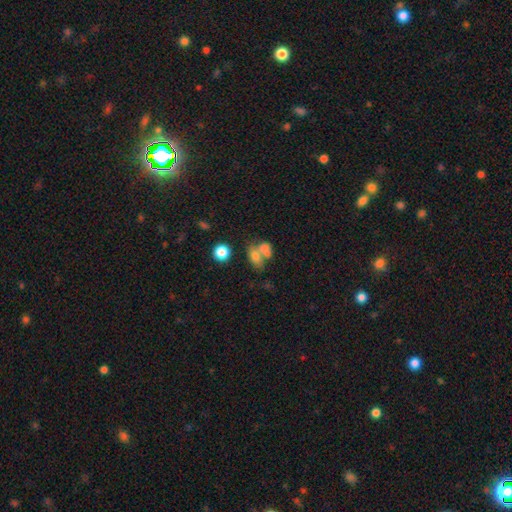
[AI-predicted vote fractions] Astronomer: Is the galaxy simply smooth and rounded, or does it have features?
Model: smooth — 66%.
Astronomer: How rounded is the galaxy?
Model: in between — 66%.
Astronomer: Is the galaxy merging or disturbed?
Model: merger — 58%.